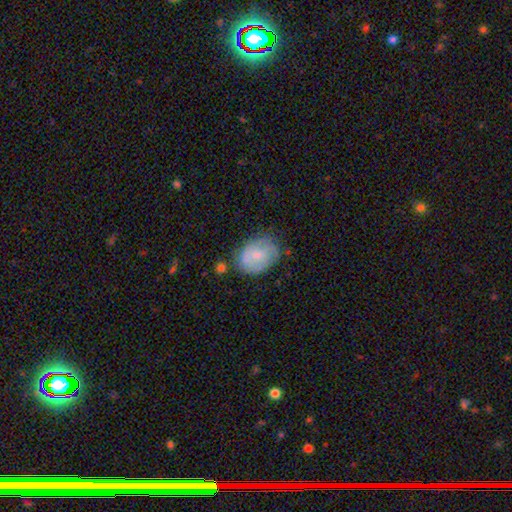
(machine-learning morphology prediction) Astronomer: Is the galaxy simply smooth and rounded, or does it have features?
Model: smooth — 59% (runner-up: featured or disk, 34%).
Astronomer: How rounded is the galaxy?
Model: in between — 73%.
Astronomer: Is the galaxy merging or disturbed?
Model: none — 58%.